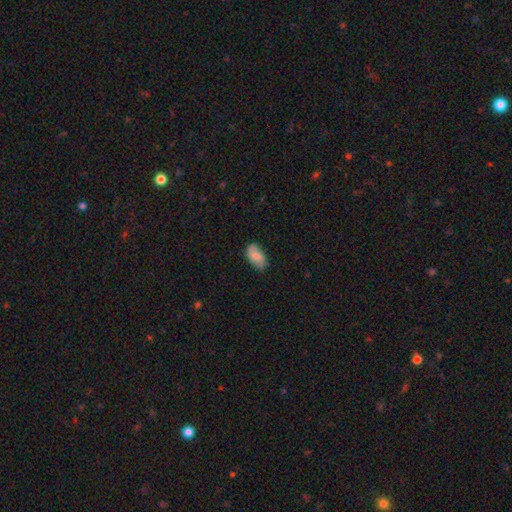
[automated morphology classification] Q: Smooth or featured?
A: smooth (68%); runner-up: featured or disk (24%)
Q: How rounded?
A: in between (93%); runner-up: round (5%)
Q: Merging?
A: none (67%); runner-up: minor disturbance (26%)